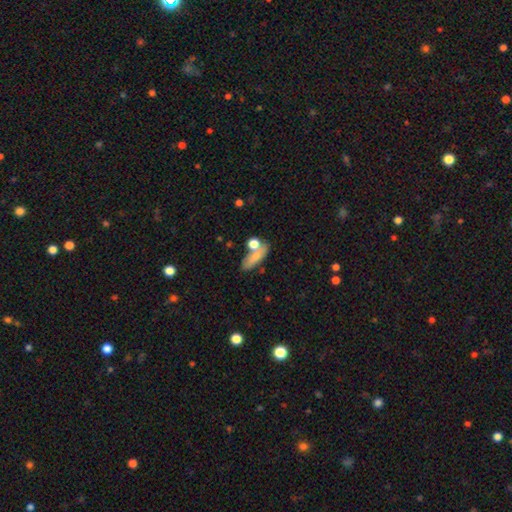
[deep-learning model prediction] Q: Smooth or featured?
A: smooth (71%); runner-up: featured or disk (19%)
Q: How rounded?
A: in between (61%); runner-up: cigar-shaped (29%)
Q: Merging?
A: none (54%); runner-up: merger (22%)